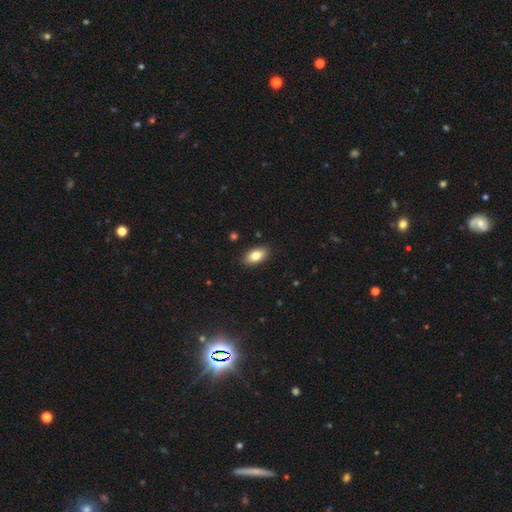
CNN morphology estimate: A smooth galaxy with no disk features (83%) that is in between round and cigar-shaped (92%). Merging: none (88%).